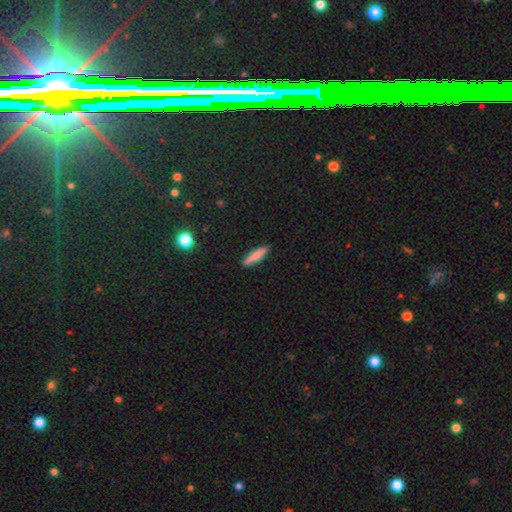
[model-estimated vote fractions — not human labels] Smooth or featured? Predicted: smooth (p=0.73). How rounded? Predicted: cigar-shaped (p=0.85). Merging? Predicted: none (p=0.90).